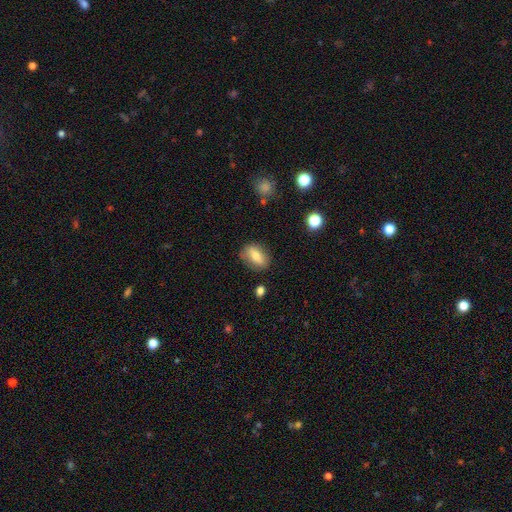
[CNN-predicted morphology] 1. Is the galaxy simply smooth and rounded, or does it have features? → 69% smooth, 22% featured or disk, 8% star or artifact.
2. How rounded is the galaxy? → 80% in between, 13% round, 7% cigar-shaped.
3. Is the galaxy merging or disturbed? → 81% none, 14% minor disturbance, 4% major disturbance, 2% merger.